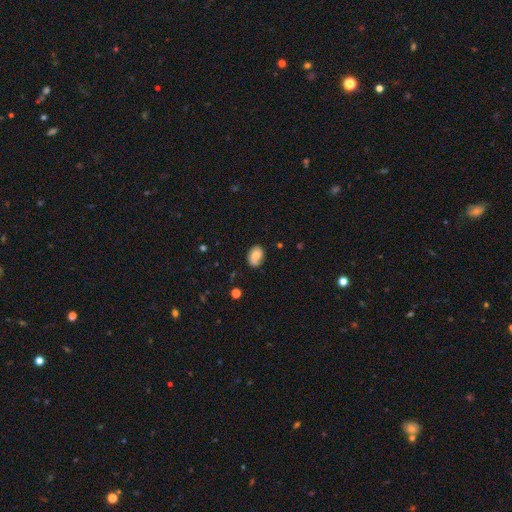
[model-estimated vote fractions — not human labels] A smooth galaxy with no disk features (69%) that is in between round and cigar-shaped (73%).

Vote fractions:
- Smooth or featured? smooth: 69% / featured or disk: 22% / star or artifact: 9%
- How rounded? in between: 73% / round: 25% / cigar-shaped: 1%
- Merging? none: 63% / minor disturbance: 26% / major disturbance: 7% / merger: 4%